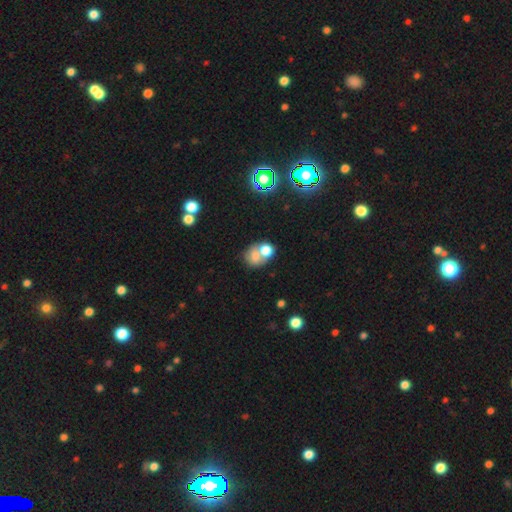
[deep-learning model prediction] A smooth galaxy with no disk features (67%) that is round (58%).

Vote fractions:
- Smooth or featured? smooth: 67% / featured or disk: 18% / star or artifact: 14%
- How rounded? round: 58% / in between: 41% / cigar-shaped: 1%
- Merging? merger: 53% / none: 31% / minor disturbance: 10% / major disturbance: 6%